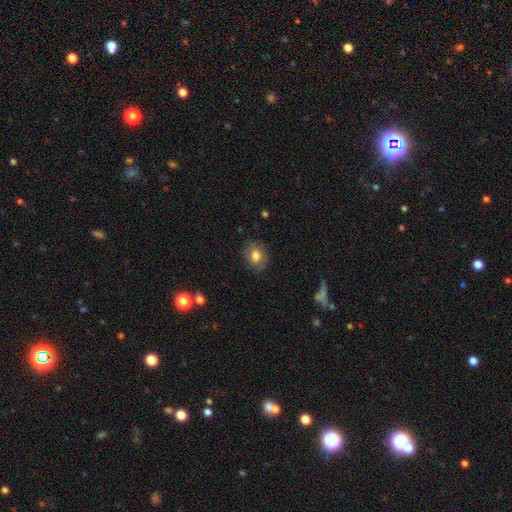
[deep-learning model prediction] smooth 72%, featured or disk 19%, star or artifact 9%. Down the decision tree: how rounded — in between (55%); merging — none (81%).